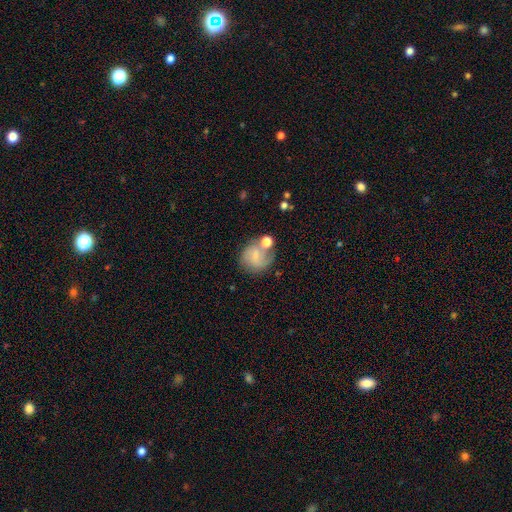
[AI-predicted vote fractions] Smooth or featured?
  - smooth: 46% *
  - featured or disk: 44%
  - star or artifact: 10%
Merging?
  - none: 51% *
  - merger: 21%
  - minor disturbance: 18%
  - major disturbance: 10%